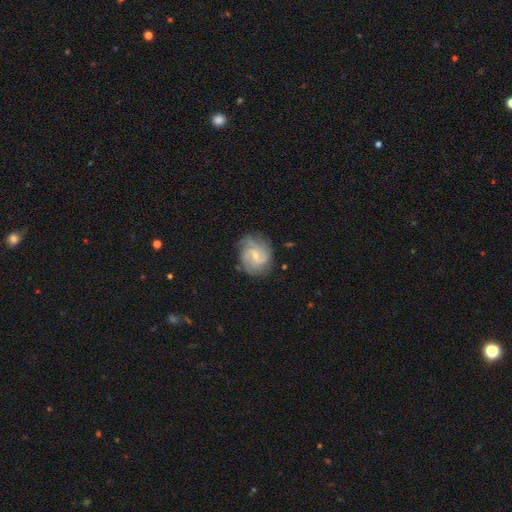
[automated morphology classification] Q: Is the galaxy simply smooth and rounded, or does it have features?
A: featured or disk — 81%.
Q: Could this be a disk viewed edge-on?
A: no — 98%.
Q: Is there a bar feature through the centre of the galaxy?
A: weak — 46%, tied with no.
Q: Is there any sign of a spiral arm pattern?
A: yes — 95%.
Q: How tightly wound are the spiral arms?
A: tight — 53%.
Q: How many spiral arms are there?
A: can't tell — 27%.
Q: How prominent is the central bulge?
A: small — 62%.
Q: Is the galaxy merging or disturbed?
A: none — 75%.